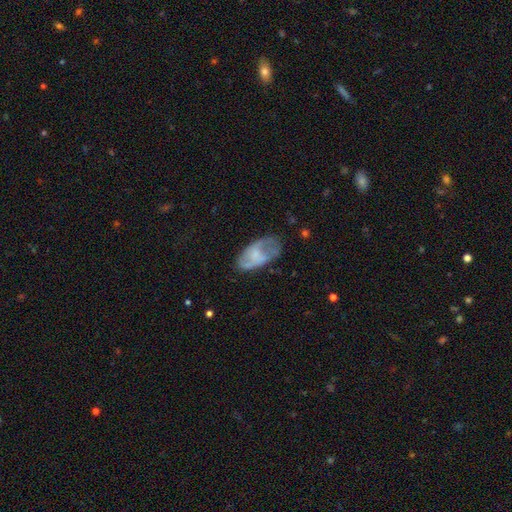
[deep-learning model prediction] smooth-or-featured: featured or disk: 49% | smooth: 44% | star or artifact: 8%
  merging: none: 48% | minor disturbance: 28% | major disturbance: 21% | merger: 3%